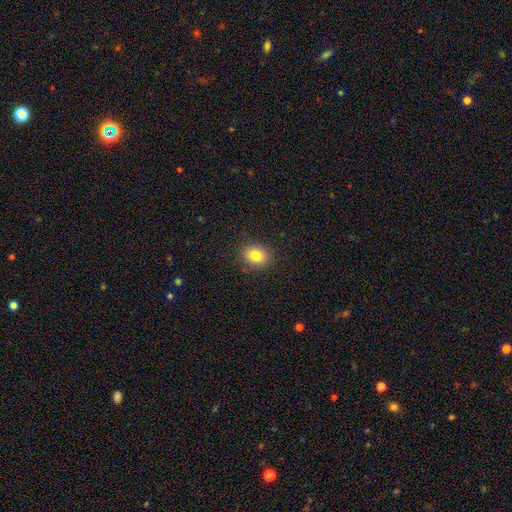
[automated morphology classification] type=smooth (82%); roundness=round (55%); merging=none (88%).